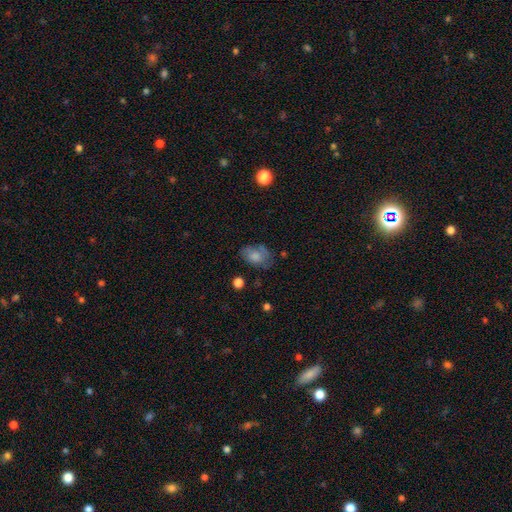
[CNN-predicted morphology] type=smooth (69%); roundness=in between (81%); merging=none (54%).